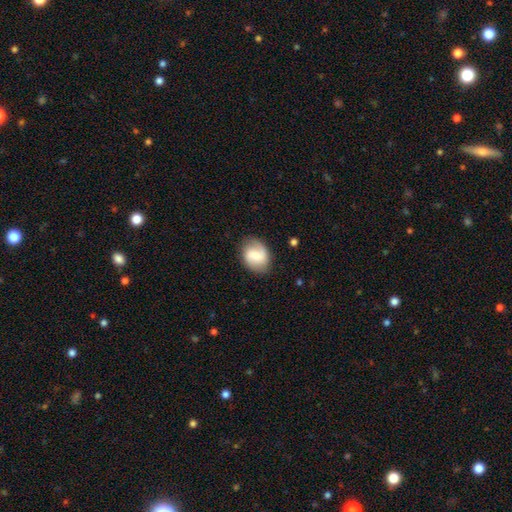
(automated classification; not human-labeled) smooth 49%, featured or disk 44%, star or artifact 7%. Down the decision tree: merging — none (78%).